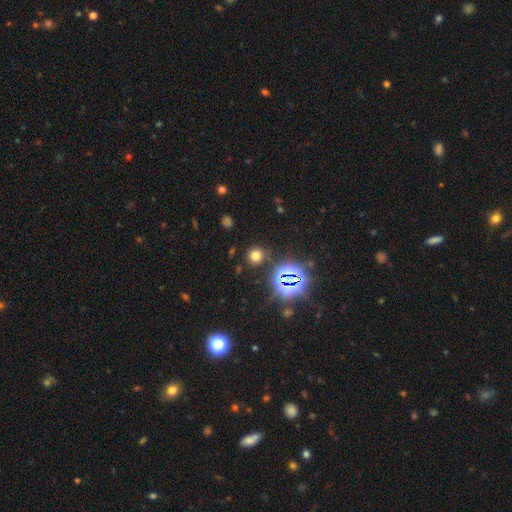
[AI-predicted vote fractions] Q: Smooth or featured?
A: smooth (63%); runner-up: star or artifact (29%)
Q: How rounded?
A: round (90%); runner-up: in between (9%)
Q: Merging?
A: none (87%); runner-up: minor disturbance (7%)